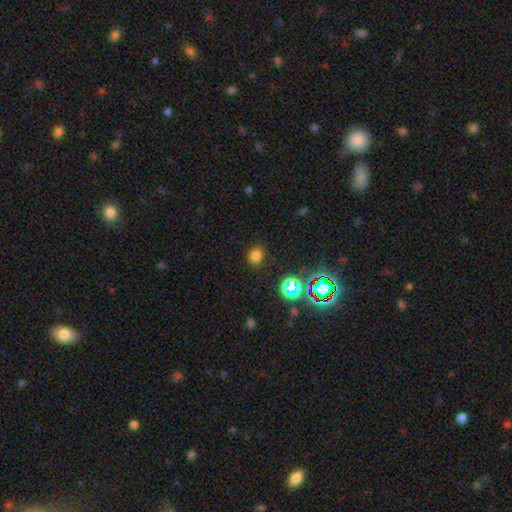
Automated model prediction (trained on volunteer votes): Smooth or featured?
  - smooth: 72% *
  - star or artifact: 22%
  - featured or disk: 5%
How rounded?
  - round: 67% *
  - in between: 32%
  - cigar-shaped: 1%
Merging?
  - none: 85% *
  - minor disturbance: 9%
  - major disturbance: 3%
  - merger: 2%